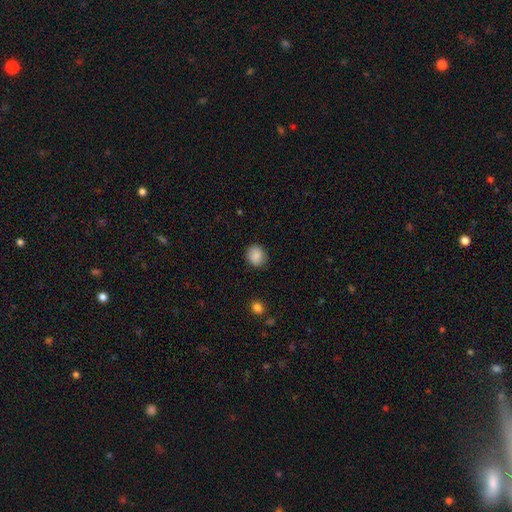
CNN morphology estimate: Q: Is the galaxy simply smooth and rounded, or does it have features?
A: smooth — 88%.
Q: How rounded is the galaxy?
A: round — 72%.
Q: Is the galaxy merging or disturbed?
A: none — 85%.